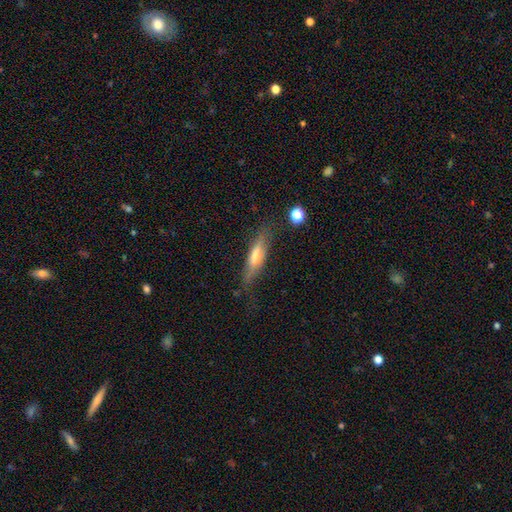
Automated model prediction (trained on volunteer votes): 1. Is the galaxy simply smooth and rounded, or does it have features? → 46% featured or disk (tied), 46% smooth (tied), 8% star or artifact.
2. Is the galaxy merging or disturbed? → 70% none, 21% minor disturbance, 7% major disturbance, 2% merger.